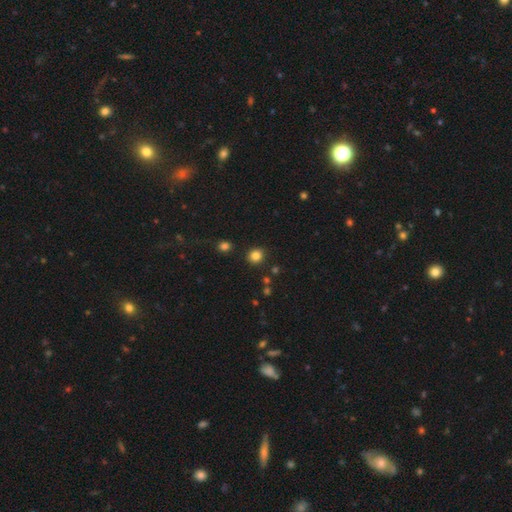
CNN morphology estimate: Q: Smooth or featured?
A: smooth (83%); runner-up: star or artifact (13%)
Q: How rounded?
A: round (88%); runner-up: in between (12%)
Q: Merging?
A: none (88%); runner-up: minor disturbance (6%)